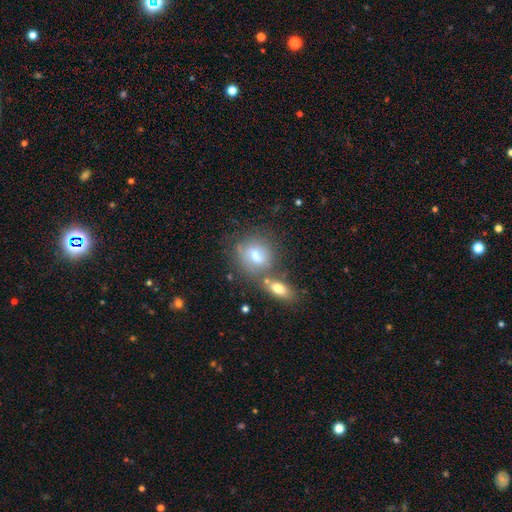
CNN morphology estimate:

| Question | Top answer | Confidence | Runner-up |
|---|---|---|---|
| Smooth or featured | smooth | 62% | featured or disk (26%) |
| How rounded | round | 65% | in between (33%) |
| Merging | none | 53% | merger (28%) |